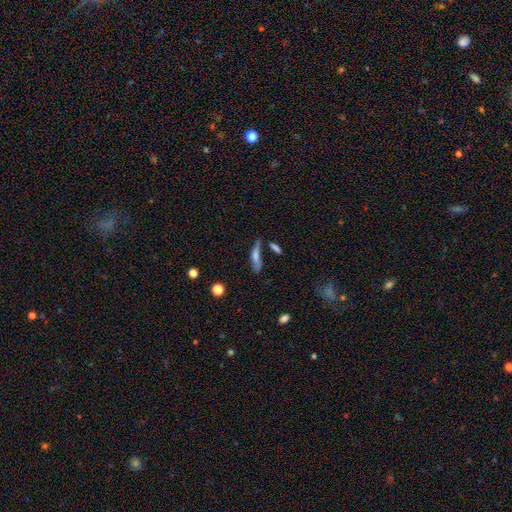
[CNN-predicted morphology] This appears to be a smooth galaxy with no disk features (61%) that is cigar-shaped (71%). Merging: none (48%).